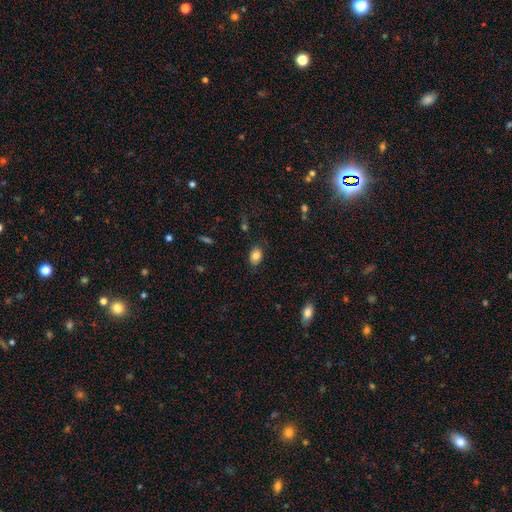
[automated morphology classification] Smooth or featured? Predicted: smooth (p=0.84). How rounded? Predicted: in between (p=0.76). Merging? Predicted: none (p=0.81).